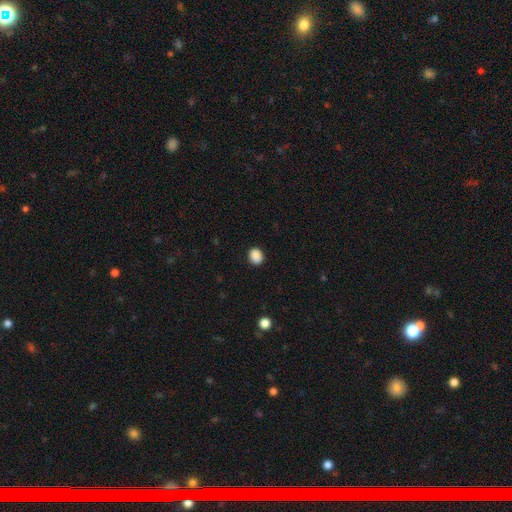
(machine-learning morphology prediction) smooth_or_featured: smooth (p=0.89) [alt: star or artifact p=0.09]
how_rounded: round (p=0.58) [alt: in between p=0.41]
merging: none (p=0.89) [alt: minor disturbance p=0.08]